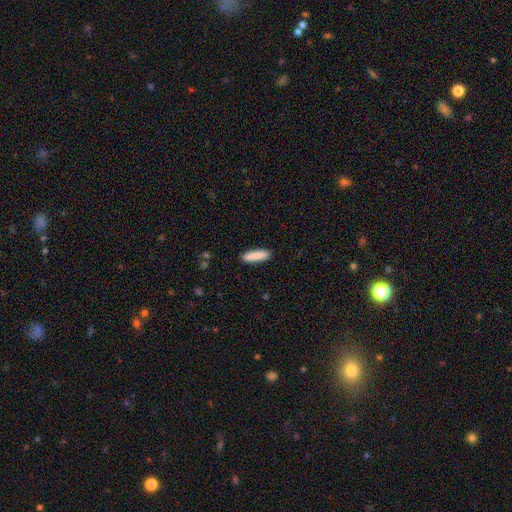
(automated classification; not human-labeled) Q: Smooth or featured?
A: smooth (88%); runner-up: featured or disk (6%)
Q: How rounded?
A: cigar-shaped (76%); runner-up: in between (23%)
Q: Merging?
A: none (90%); runner-up: minor disturbance (7%)